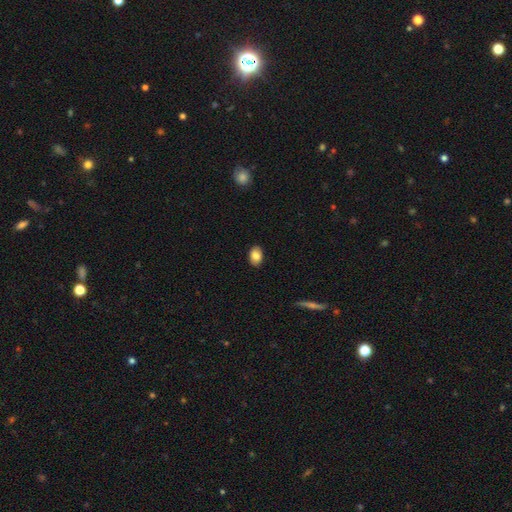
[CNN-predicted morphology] Smooth or featured? smooth (84%)
How rounded? in between (83%)
Merging? none (89%)